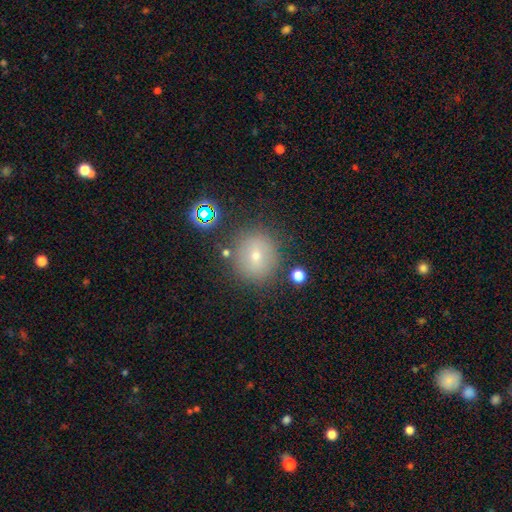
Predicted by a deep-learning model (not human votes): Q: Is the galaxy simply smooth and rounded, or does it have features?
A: smooth — 63%.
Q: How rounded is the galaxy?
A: round — 91%.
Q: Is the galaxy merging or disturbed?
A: none — 81%.